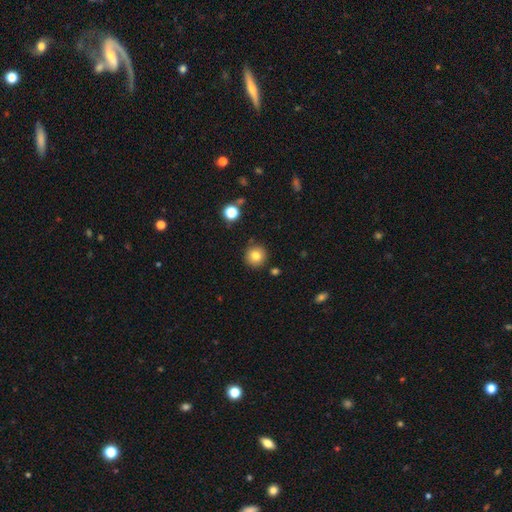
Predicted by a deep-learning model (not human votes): The model was most divided on "smooth or featured": smooth: 80%, star or artifact: 11%, featured or disk: 9%. More confident: how rounded — round (94%); merging — none (88%).